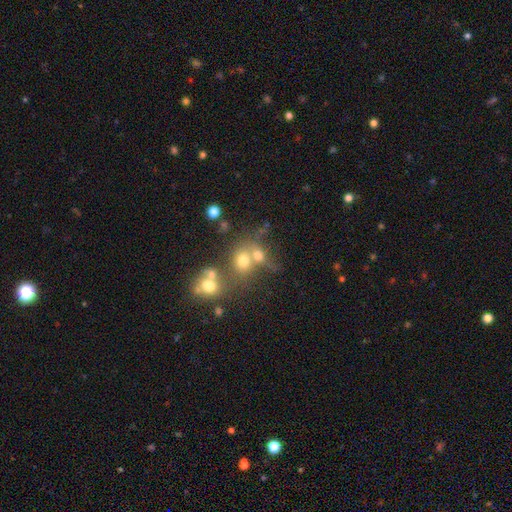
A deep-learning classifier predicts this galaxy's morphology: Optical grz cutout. It shows a smooth galaxy with no disk features (56%) that is round (68%). Merging: merger (48%).